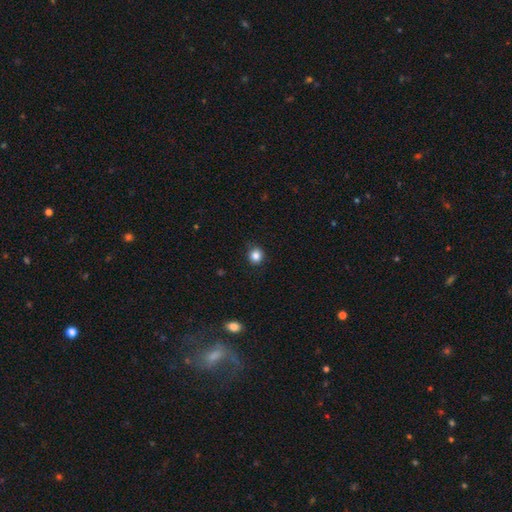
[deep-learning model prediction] Smooth or featured?
  - smooth: 85% *
  - star or artifact: 11%
  - featured or disk: 4%
How rounded?
  - round: 87% *
  - in between: 12%
  - cigar-shaped: 1%
Merging?
  - none: 89% *
  - minor disturbance: 8%
  - major disturbance: 2%
  - merger: 1%